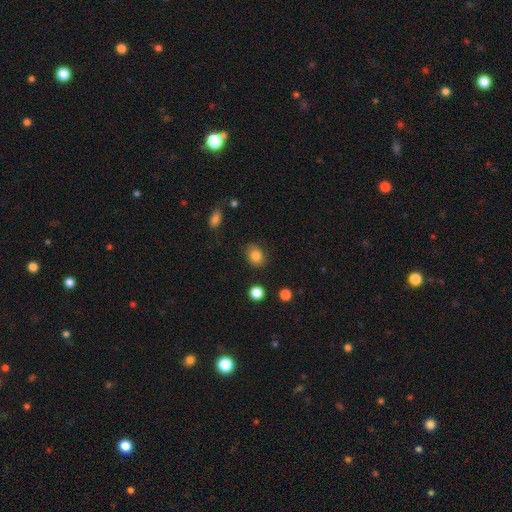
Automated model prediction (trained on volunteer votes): This is clearly a smooth galaxy (83%). How rounded: possibly round (51%). Merging: clearly none (83%).